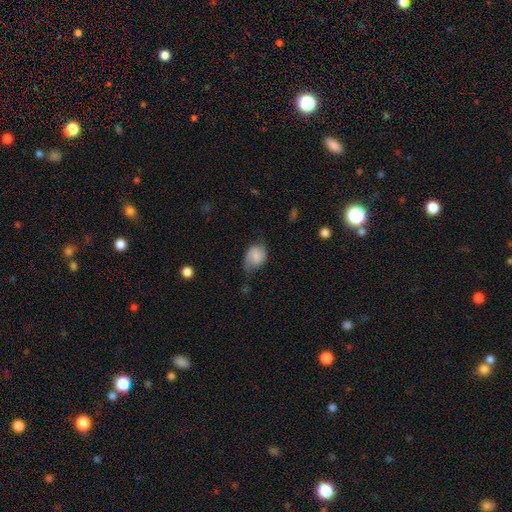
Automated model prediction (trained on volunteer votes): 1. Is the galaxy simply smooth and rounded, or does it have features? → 63% smooth, 29% featured or disk, 9% star or artifact.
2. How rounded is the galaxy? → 64% in between, 35% round, 1% cigar-shaped.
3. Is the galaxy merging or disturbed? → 44% none, 37% minor disturbance, 17% major disturbance, 3% merger.